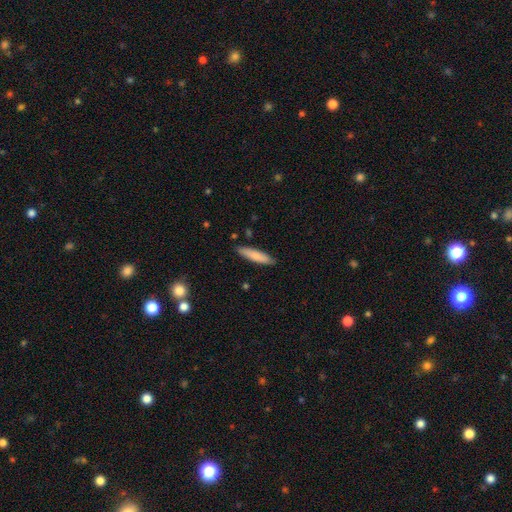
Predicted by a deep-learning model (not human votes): Smooth or featured: smooth — 81% (featured or disk — 14%)
How rounded: cigar-shaped — 81% (in between — 18%)
Merging: none — 88% (minor disturbance — 9%)